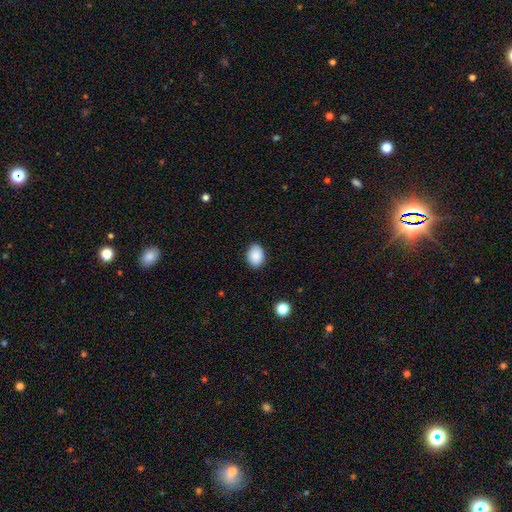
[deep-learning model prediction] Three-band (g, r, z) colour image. It shows a smooth galaxy with no disk features (89%) that is in between round and cigar-shaped (73%). Merging: none (88%).